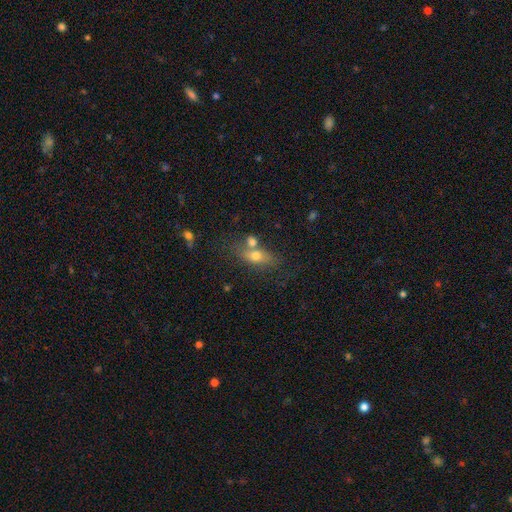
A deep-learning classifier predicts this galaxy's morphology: The model was most divided on "merging": none: 51%, merger: 29%, minor disturbance: 14%, major disturbance: 6%. More confident: how rounded — in between (69%); smooth or featured — smooth (63%).